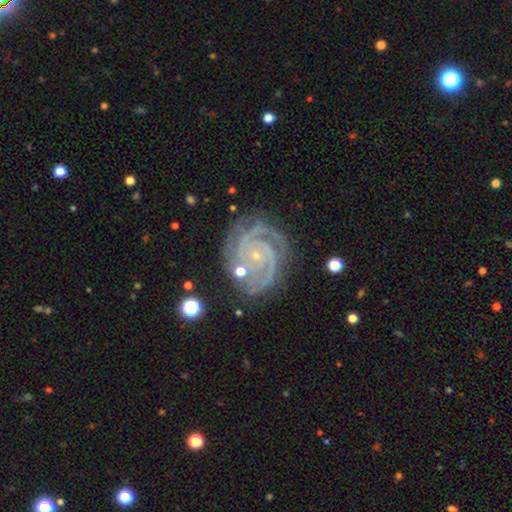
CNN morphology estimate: Smooth or featured? Predicted: featured or disk (p=0.92). Edge-on disk? Predicted: no (p=0.98). Bar? Predicted: no (p=0.73). Spiral arms? Predicted: yes (p=0.99). Spiral winding? Predicted: tight (p=0.80). Spiral arm count? Predicted: 3 (p=0.40). Bulge size? Predicted: small (p=0.86). Merging? Predicted: none (p=0.75).